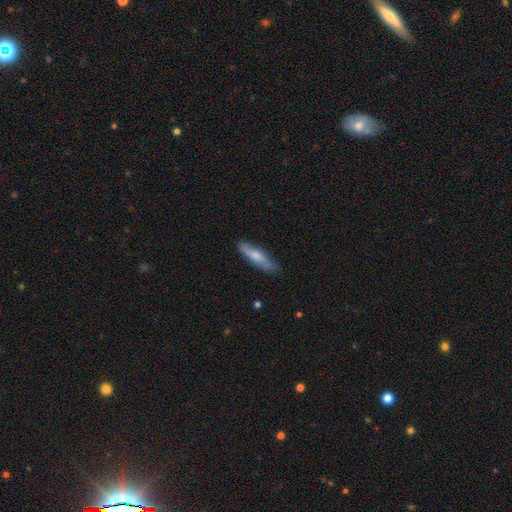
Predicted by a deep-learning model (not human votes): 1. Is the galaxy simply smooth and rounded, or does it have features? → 61% smooth, 33% featured or disk, 5% star or artifact.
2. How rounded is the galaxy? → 71% cigar-shaped, 28% in between, 2% round.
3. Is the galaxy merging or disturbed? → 78% none, 18% minor disturbance, 3% major disturbance, 1% merger.